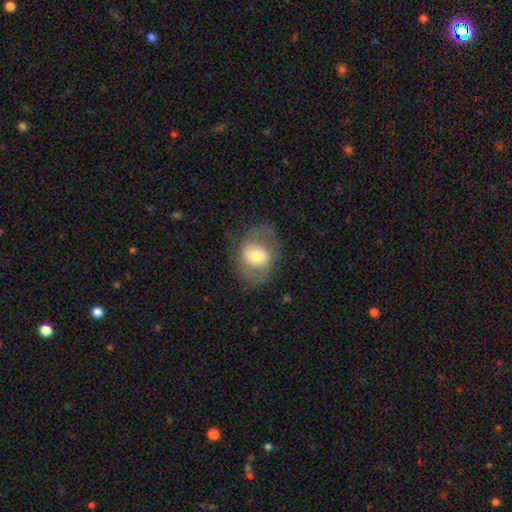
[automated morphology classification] Overall: featured or disk (47%; smooth 45%). Merging: none (66%).